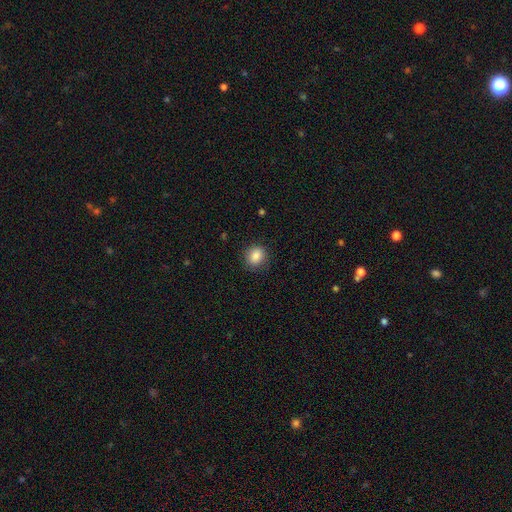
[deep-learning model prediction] Smooth or featured: smooth — 86% (star or artifact — 9%)
How rounded: round — 76% (in between — 23%)
Merging: none — 86% (minor disturbance — 10%)